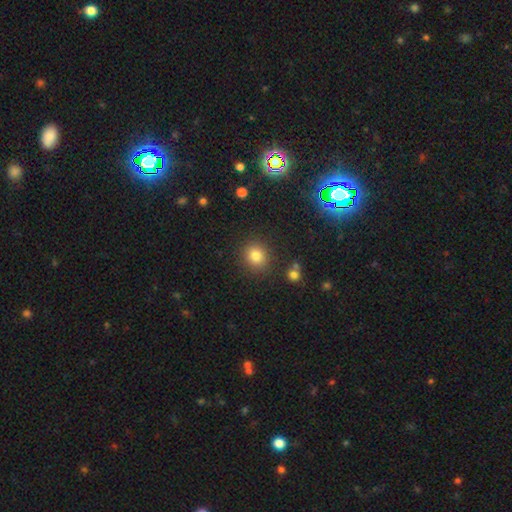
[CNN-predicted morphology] A smooth galaxy with no disk features (80%) that is round (85%).

Vote fractions:
- Smooth or featured? smooth: 80% / star or artifact: 14% / featured or disk: 6%
- How rounded? round: 85% / in between: 14% / cigar-shaped: 1%
- Merging? none: 86% / minor disturbance: 8% / merger: 3% / major disturbance: 3%